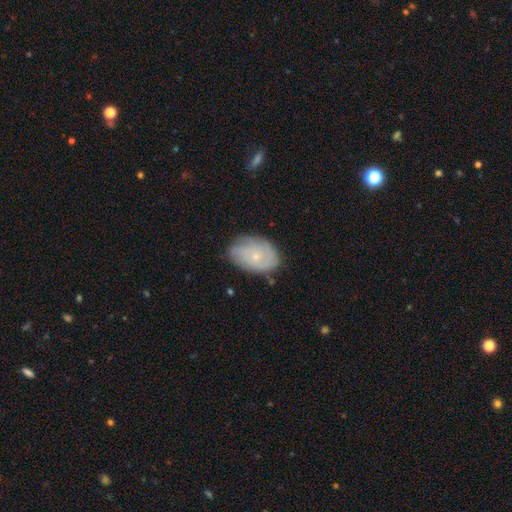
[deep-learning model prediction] featured or disk 47%, smooth 45%, star or artifact 8%. Down the decision tree: merging — none (72%).